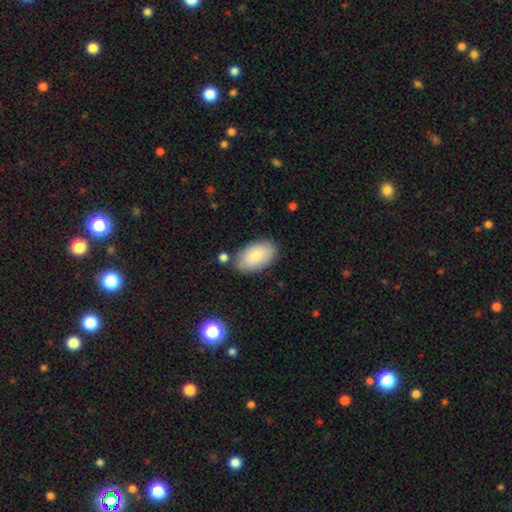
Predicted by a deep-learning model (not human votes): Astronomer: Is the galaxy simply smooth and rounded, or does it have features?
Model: smooth — 82%.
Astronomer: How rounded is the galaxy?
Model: in between — 95%.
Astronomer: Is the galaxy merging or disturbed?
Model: none — 78%.